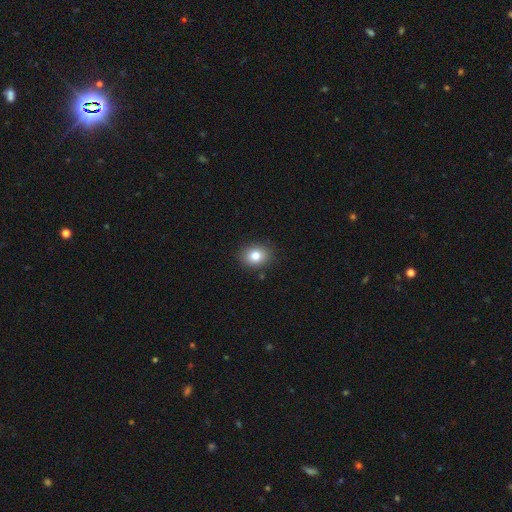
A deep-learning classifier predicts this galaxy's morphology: Smooth or featured? smooth (81%)
How rounded? round (52%)
Merging? none (88%)